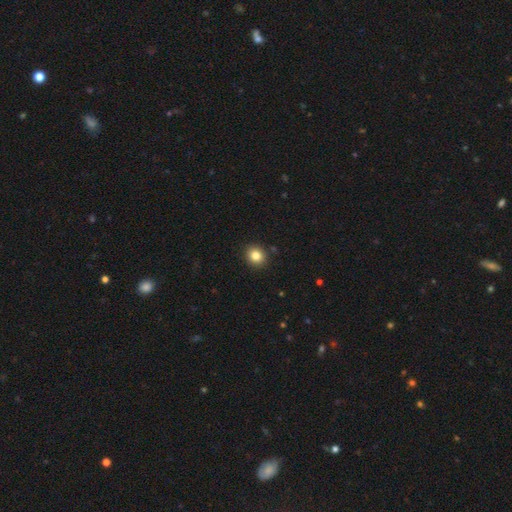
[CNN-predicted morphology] smooth_or_featured: smooth (p=0.83) [alt: star or artifact p=0.11]
how_rounded: round (p=0.80) [alt: in between p=0.19]
merging: none (p=0.91) [alt: minor disturbance p=0.06]